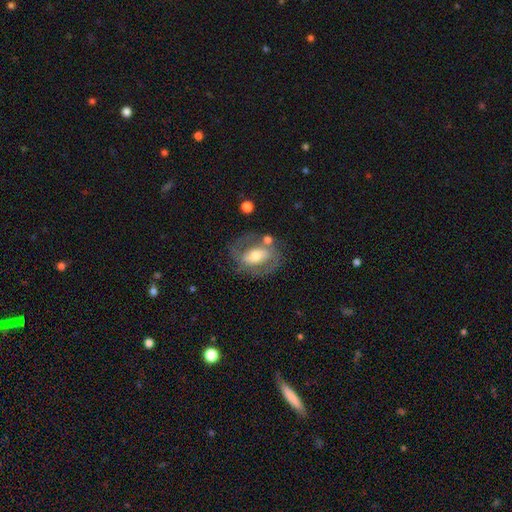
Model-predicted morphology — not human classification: smooth-or-featured: featured or disk: 61% | smooth: 32% | star or artifact: 7%
  disk-edge-on: no: 93% | yes: 7%
    bar: no: 36% | weak: 33% | strong: 31%
    has-spiral-arms: yes: 53% | no: 47%
    bulge-size: moderate: 62% | small: 18% | large: 17% | dominant: 2% | none: 2%
  merging: none: 58% | minor disturbance: 18% | major disturbance: 13% | merger: 10%